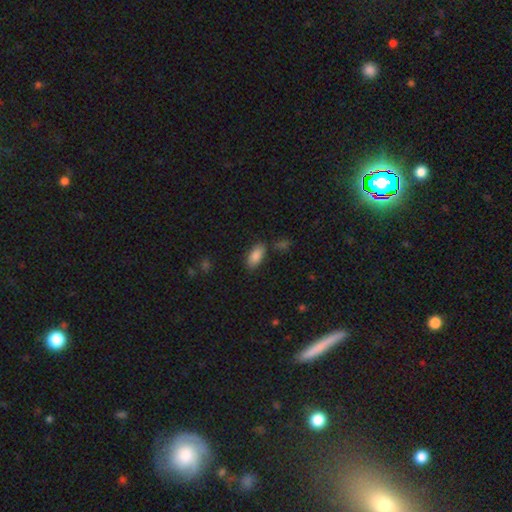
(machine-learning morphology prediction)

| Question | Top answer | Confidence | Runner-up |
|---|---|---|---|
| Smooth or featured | smooth | 86% | star or artifact (8%) |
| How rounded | in between | 90% | cigar-shaped (8%) |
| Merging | none | 80% | minor disturbance (13%) |